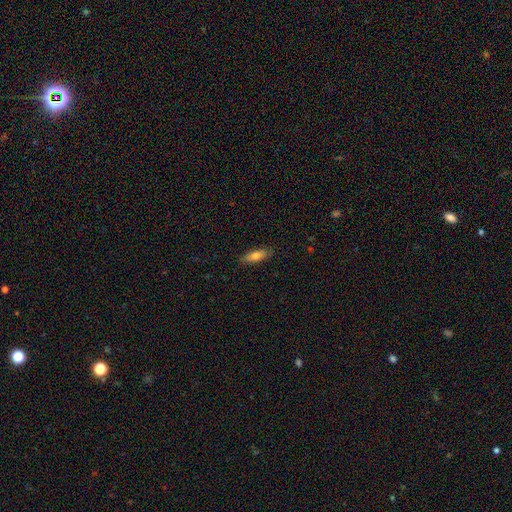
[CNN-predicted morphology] Smooth or featured?
  - smooth: 76% *
  - featured or disk: 17%
  - star or artifact: 7%
How rounded?
  - in between: 60% *
  - cigar-shaped: 37%
  - round: 2%
Merging?
  - none: 85% *
  - minor disturbance: 12%
  - major disturbance: 2%
  - merger: 1%